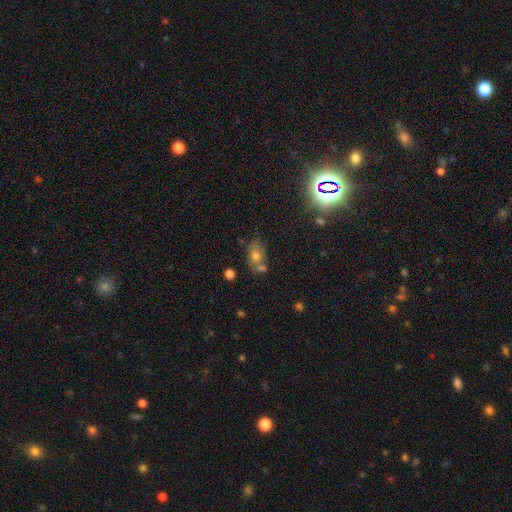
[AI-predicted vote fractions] Q: Smooth or featured?
A: smooth (67%); runner-up: featured or disk (19%)
Q: How rounded?
A: in between (79%); runner-up: round (18%)
Q: Merging?
A: none (50%); runner-up: merger (28%)